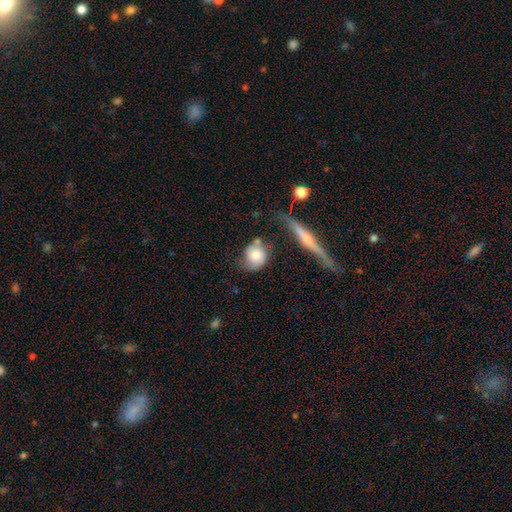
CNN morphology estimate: A smooth galaxy with no disk features (67%) that is round (69%). Merging: none (46%).